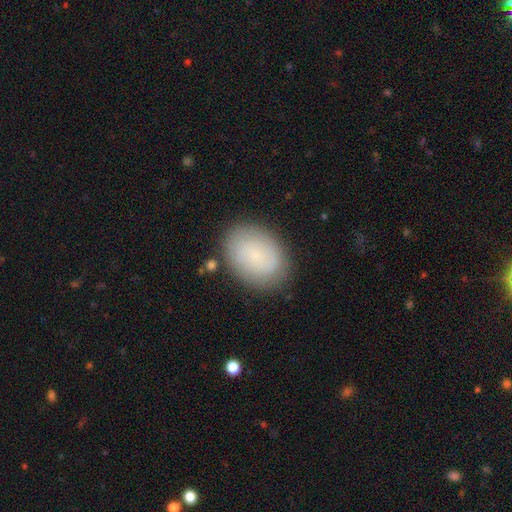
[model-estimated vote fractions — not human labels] Smooth or featured: smooth — 71% (featured or disk — 21%)
How rounded: in between — 76% (round — 23%)
Merging: none — 83% (minor disturbance — 12%)